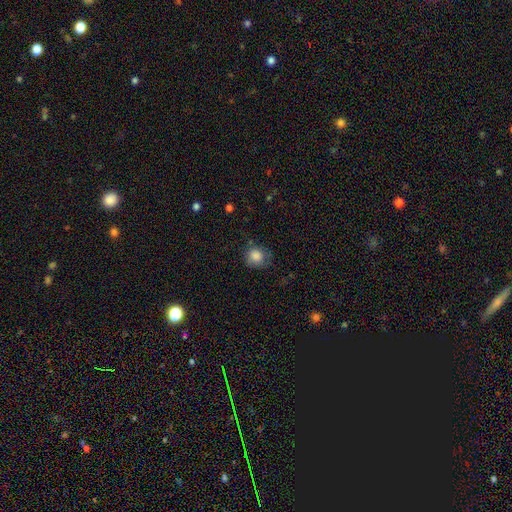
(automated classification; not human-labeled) Morphology: type=smooth (85%); roundness=round (80%); merging=none (66%).